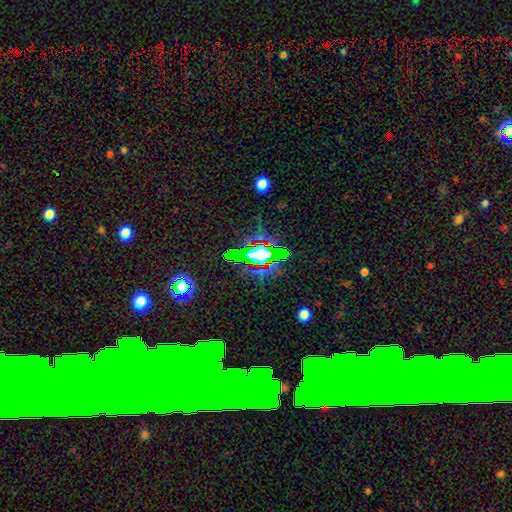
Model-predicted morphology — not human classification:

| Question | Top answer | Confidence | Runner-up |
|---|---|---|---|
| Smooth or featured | star or artifact | 61% | smooth (23%) |